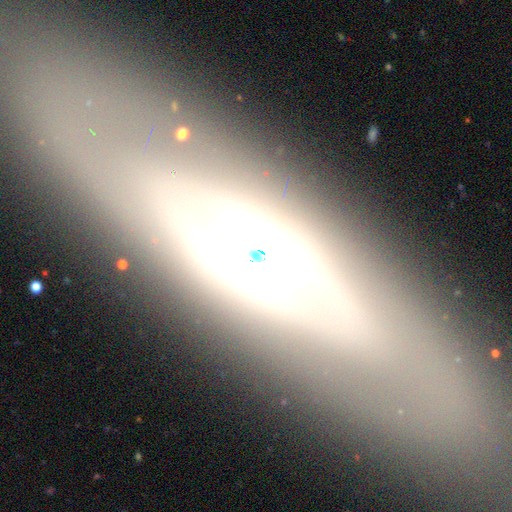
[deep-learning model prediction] Q: Smooth or featured?
A: featured or disk (73%); runner-up: smooth (20%)
Q: Edge-on disk?
A: no (54%); runner-up: yes (46%)
Q: Merging?
A: none (84%); runner-up: minor disturbance (10%)